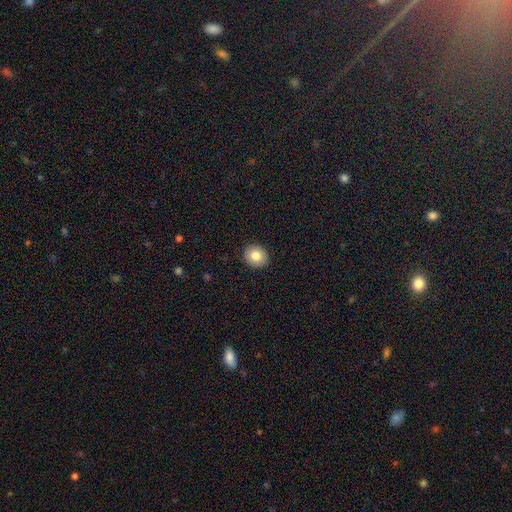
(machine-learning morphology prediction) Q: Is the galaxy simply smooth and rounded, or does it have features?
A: smooth — 82%.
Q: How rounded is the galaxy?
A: round — 74%.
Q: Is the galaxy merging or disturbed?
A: none — 91%.